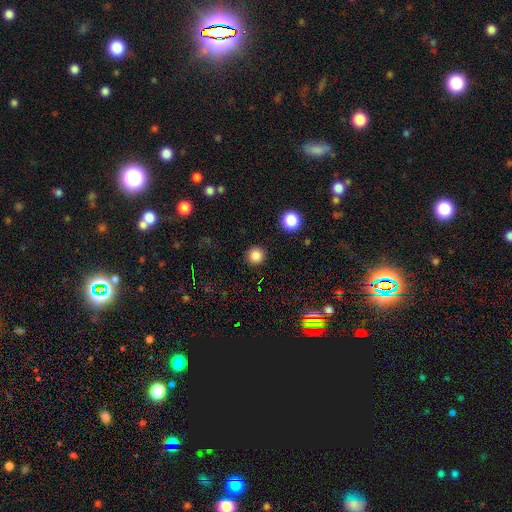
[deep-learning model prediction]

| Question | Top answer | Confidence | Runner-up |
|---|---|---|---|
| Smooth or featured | smooth | 84% | star or artifact (12%) |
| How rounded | round | 96% | in between (3%) |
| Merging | none | 92% | minor disturbance (5%) |